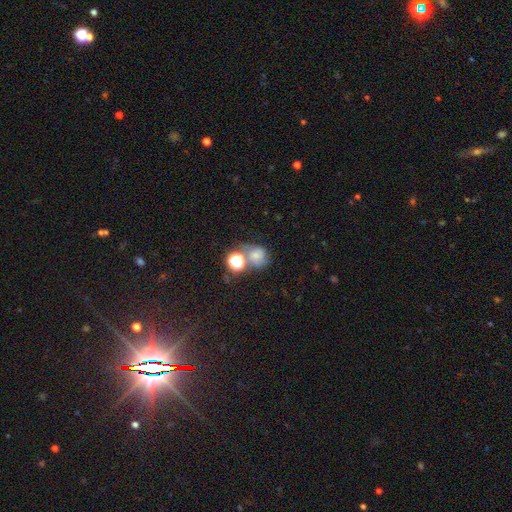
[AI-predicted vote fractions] Smooth or featured? Predicted: smooth (p=0.53). How rounded? Predicted: round (p=0.72). Merging? Predicted: none (p=0.42).